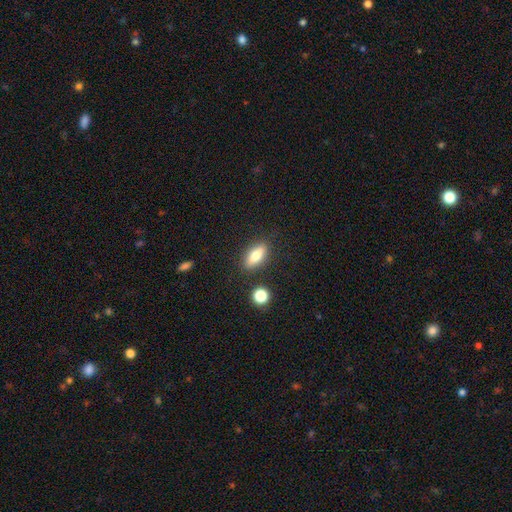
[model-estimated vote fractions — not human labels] Smooth or featured: smooth — 71% (featured or disk — 21%)
How rounded: in between — 69% (cigar-shaped — 27%)
Merging: none — 84% (minor disturbance — 10%)